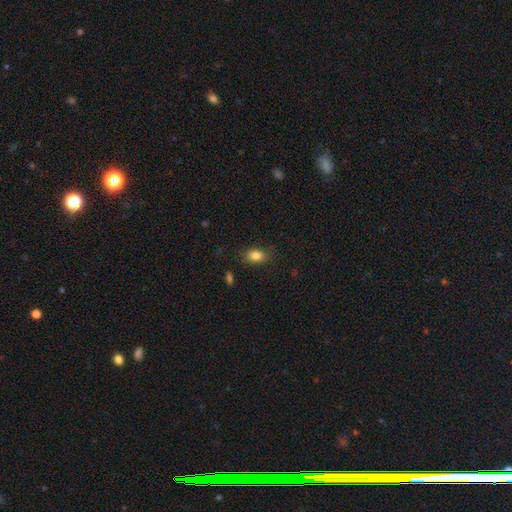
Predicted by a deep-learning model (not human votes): smooth_or_featured: smooth (p=0.84) [alt: star or artifact p=0.09]
how_rounded: in between (p=0.81) [alt: round p=0.17]
merging: none (p=0.84) [alt: minor disturbance p=0.12]